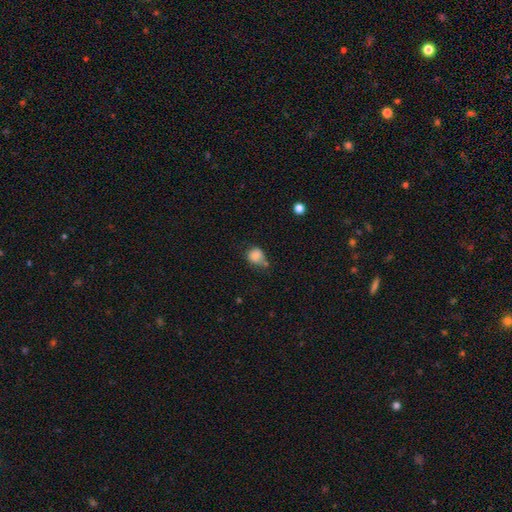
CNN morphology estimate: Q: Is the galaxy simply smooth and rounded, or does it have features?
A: smooth — 81%.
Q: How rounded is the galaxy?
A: round — 60%.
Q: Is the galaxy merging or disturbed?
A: none — 43%.